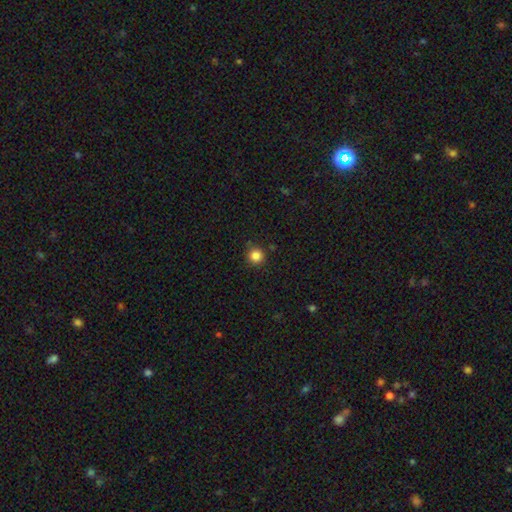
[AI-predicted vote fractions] Smooth or featured: smooth — 85% (star or artifact — 12%)
How rounded: round — 95% (in between — 4%)
Merging: none — 88% (minor disturbance — 9%)